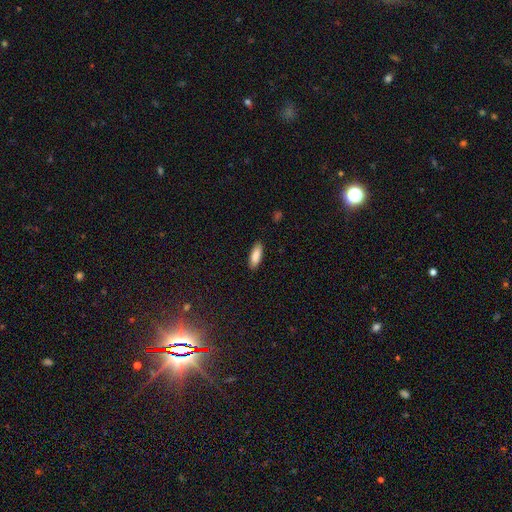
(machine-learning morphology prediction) smooth 88%, star or artifact 6%, featured or disk 6%. Down the decision tree: how rounded — in between (67%); merging — none (86%).